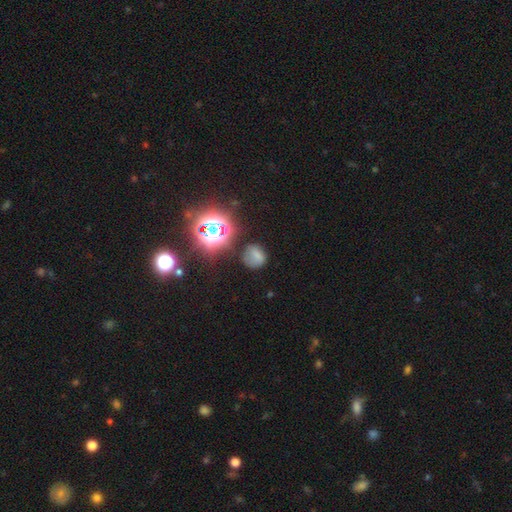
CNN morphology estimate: A smooth galaxy with no disk features (60%) that is round (72%).

Vote fractions:
- Smooth or featured? smooth: 60% / star or artifact: 25% / featured or disk: 15%
- How rounded? round: 72% / in between: 27% / cigar-shaped: 1%
- Merging? none: 66% / minor disturbance: 19% / major disturbance: 9% / merger: 5%